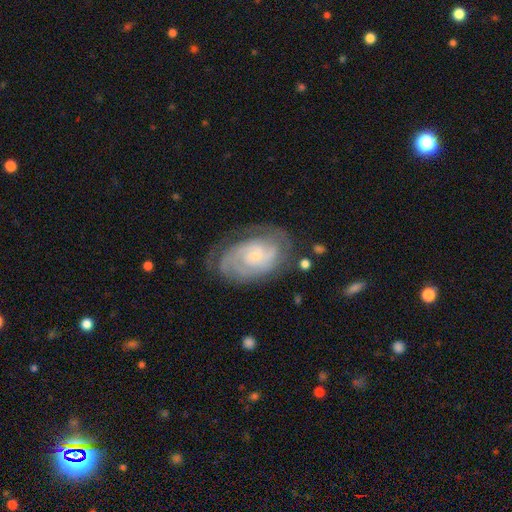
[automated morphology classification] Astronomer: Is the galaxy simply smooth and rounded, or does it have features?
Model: featured or disk — 83%.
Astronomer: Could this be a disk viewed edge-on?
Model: no — 97%.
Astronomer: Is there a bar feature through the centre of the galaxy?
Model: no — 65%.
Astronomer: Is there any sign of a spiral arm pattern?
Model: yes — 95%.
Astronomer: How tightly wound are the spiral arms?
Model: tight — 68%.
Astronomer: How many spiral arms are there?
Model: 2 — 36% (runner-up: can't tell, 32%).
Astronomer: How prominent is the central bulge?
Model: small — 77%.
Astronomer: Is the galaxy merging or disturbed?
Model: none — 69%.